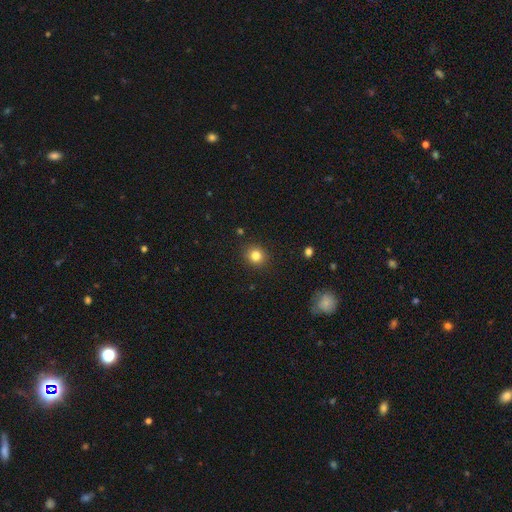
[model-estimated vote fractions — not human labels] smooth-or-featured: smooth: 82% | star or artifact: 12% | featured or disk: 6%
  how-rounded: round: 86% | in between: 13% | cigar-shaped: 1%
  merging: none: 91% | minor disturbance: 6% | major disturbance: 2% | merger: 1%